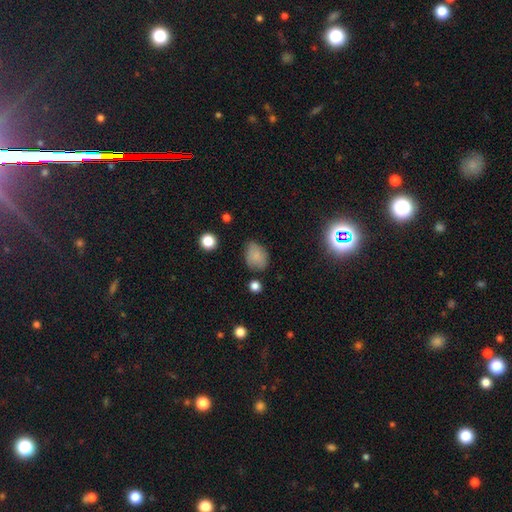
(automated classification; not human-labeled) Smooth or featured? Predicted: smooth (p=0.80). How rounded? Predicted: in between (p=0.69). Merging? Predicted: none (p=0.63).